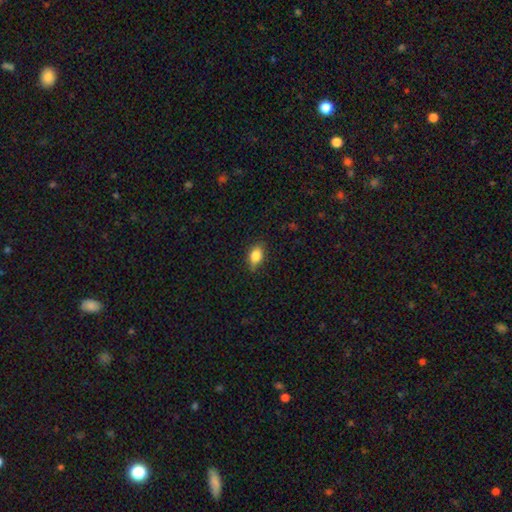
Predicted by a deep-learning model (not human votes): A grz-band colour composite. It shows a smooth galaxy with no disk features (82%) that is in between round and cigar-shaped (81%). Merging: none (79%).